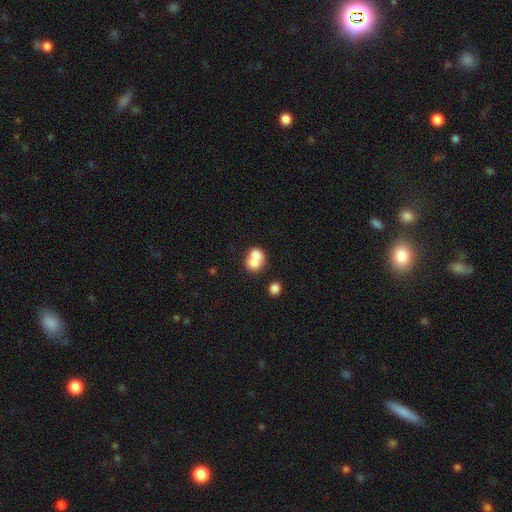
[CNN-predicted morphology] Overall: smooth (71%). How rounded: round (57%; in between 42%). Merging: merger (70%).